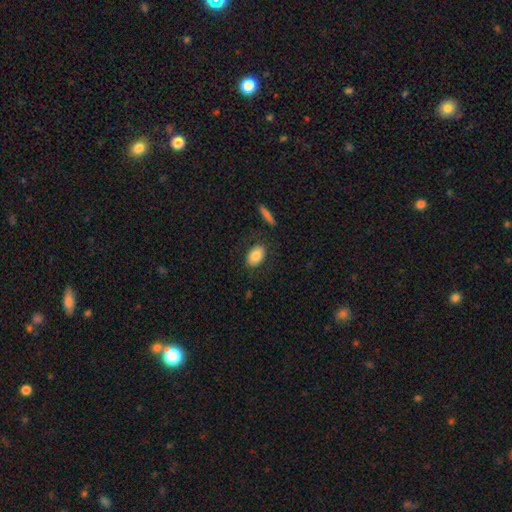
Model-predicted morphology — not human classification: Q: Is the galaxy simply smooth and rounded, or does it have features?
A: smooth — 82%.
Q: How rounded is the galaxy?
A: in between — 88%.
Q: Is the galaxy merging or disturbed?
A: none — 83%.